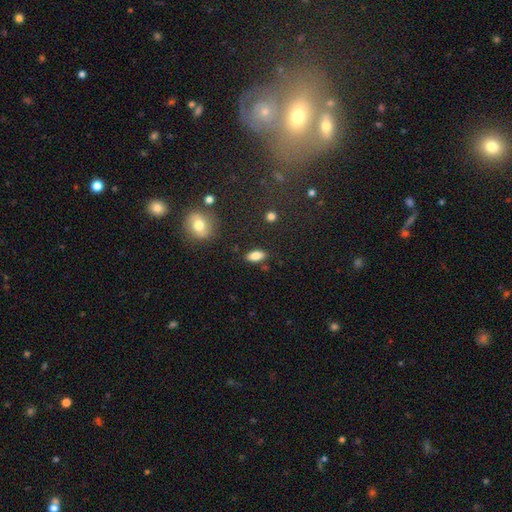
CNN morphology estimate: smooth_or_featured: smooth (p=0.85) [alt: star or artifact p=0.08]
how_rounded: in between (p=0.88) [alt: cigar-shaped p=0.08]
merging: none (p=0.85) [alt: minor disturbance p=0.10]